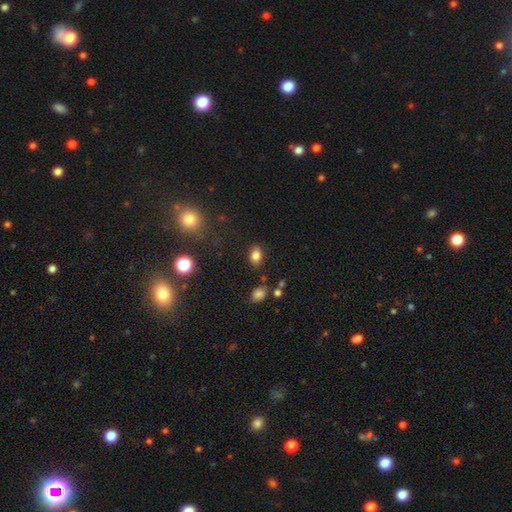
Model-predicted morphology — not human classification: Overall: smooth (81%). How rounded: in between (76%). Merging: none (83%).